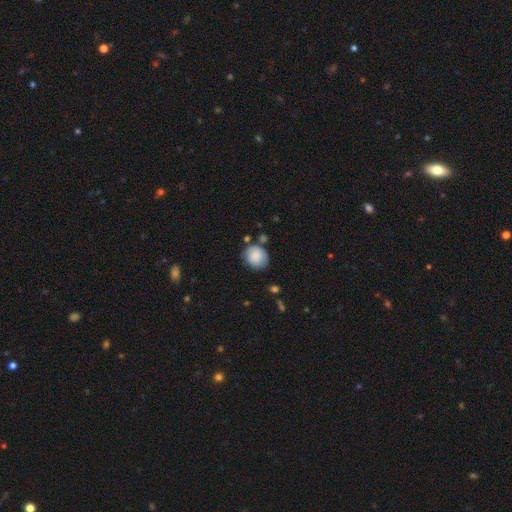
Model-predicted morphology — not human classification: Smooth or featured? smooth (85%)
How rounded? round (79%)
Merging? none (70%)